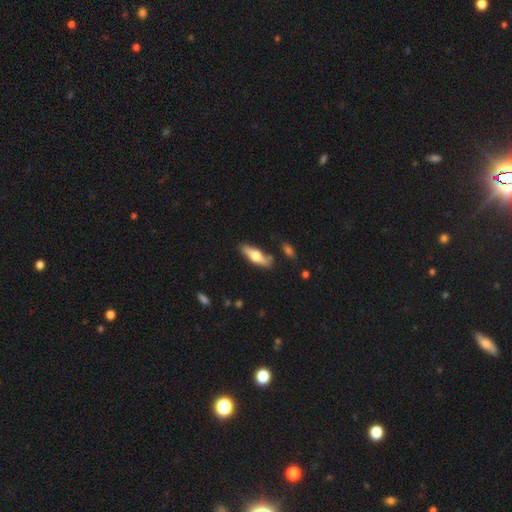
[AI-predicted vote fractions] A smooth galaxy with no disk features (49%). Merging: none (76%).